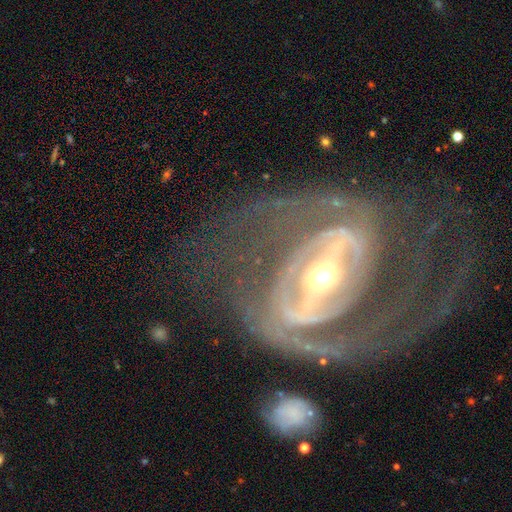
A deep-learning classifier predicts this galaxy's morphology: Smooth or featured? Predicted: featured or disk (p=0.89). Edge-on disk? Predicted: no (p=0.94). Bar? Predicted: strong (p=0.65). Spiral arms? Predicted: yes (p=0.84). Spiral winding? Predicted: tight (p=0.46). Spiral arm count? Predicted: 2 (p=0.61). Bulge size? Predicted: moderate (p=0.55). Merging? Predicted: none (p=0.54).